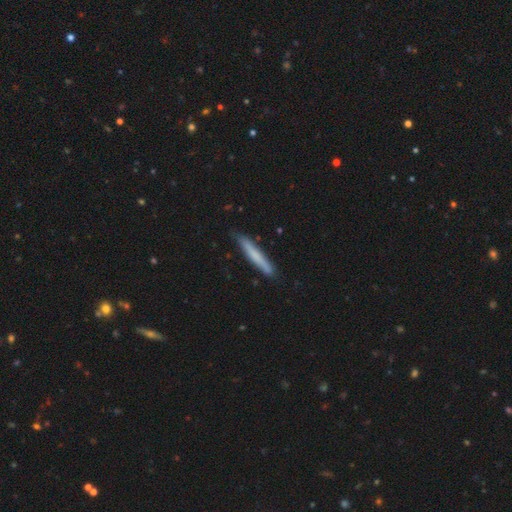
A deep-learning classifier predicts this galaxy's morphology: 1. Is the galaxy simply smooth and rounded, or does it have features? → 66% smooth, 28% featured or disk, 6% star or artifact.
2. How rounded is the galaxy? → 96% cigar-shaped, 3% in between, 1% round.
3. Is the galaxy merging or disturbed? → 84% none, 13% minor disturbance, 2% major disturbance, 1% merger.